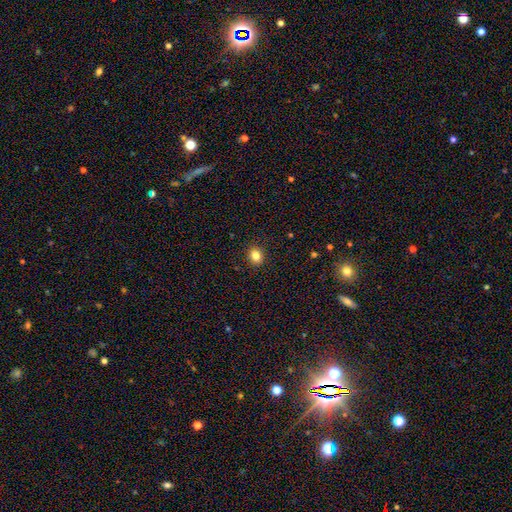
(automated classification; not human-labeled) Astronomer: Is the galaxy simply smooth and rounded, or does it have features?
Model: smooth — 83%.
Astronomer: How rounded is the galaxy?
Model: round — 61% (runner-up: in between, 38%).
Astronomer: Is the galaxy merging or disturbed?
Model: none — 91%.